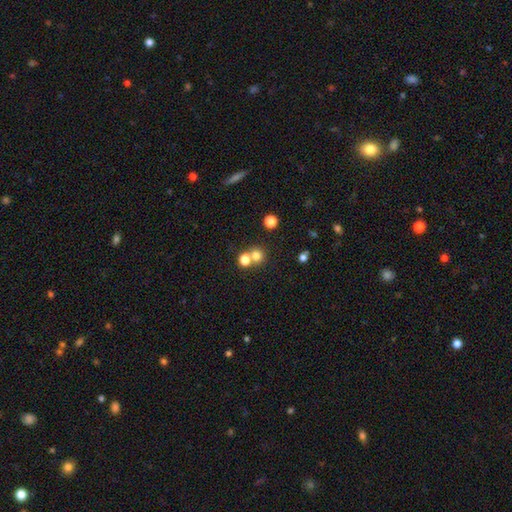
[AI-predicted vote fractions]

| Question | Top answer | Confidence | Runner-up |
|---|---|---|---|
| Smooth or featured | smooth | 74% | star or artifact (16%) |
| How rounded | round | 87% | in between (12%) |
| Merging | none | 51% | merger (40%) |